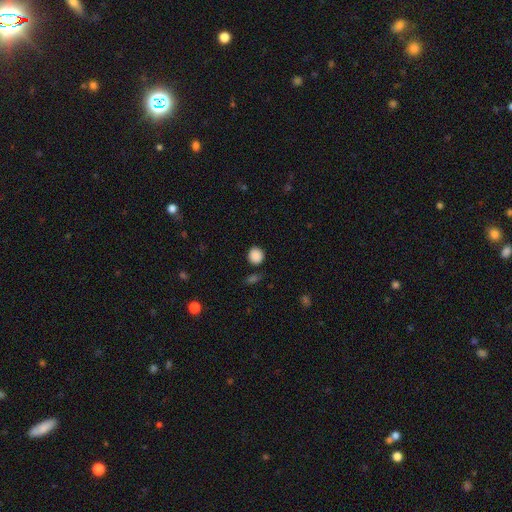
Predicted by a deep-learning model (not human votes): This is clearly a smooth galaxy (88%). How rounded: clearly round (87%). Merging: clearly none (84%).